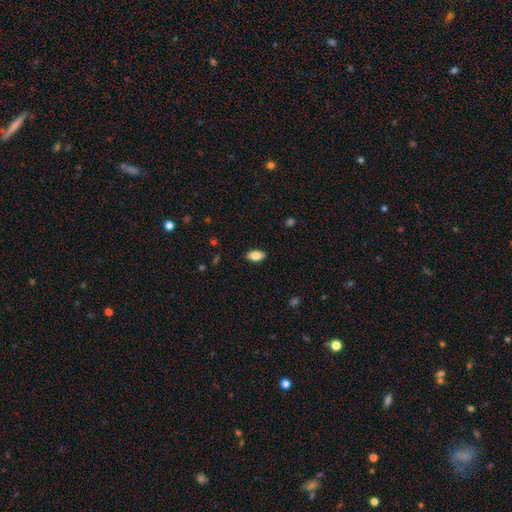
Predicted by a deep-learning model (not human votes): This is clearly a smooth galaxy (81%). How rounded: clearly in between (91%). Merging: clearly none (88%).